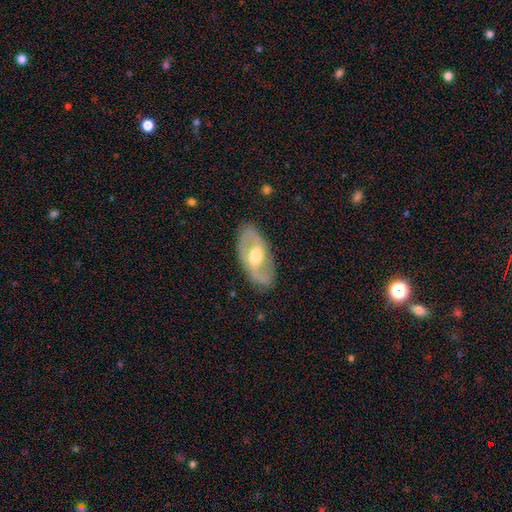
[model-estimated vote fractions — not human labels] Morphology: type=featured or disk (72%); edge-on=no (90%); bar=weak (44%); spiral arms=yes (70%); bulge=moderate (71%); merging=none (84%).